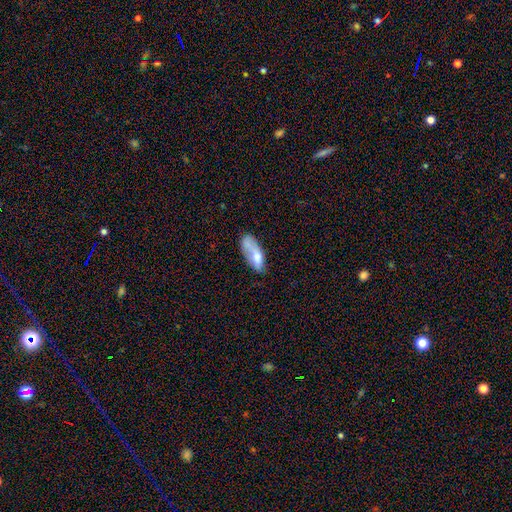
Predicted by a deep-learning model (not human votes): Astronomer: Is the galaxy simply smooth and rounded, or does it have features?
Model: smooth — 68%.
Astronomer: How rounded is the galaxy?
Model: in between — 78%.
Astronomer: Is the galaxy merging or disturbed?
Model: none — 35% (runner-up: minor disturbance, 28%).